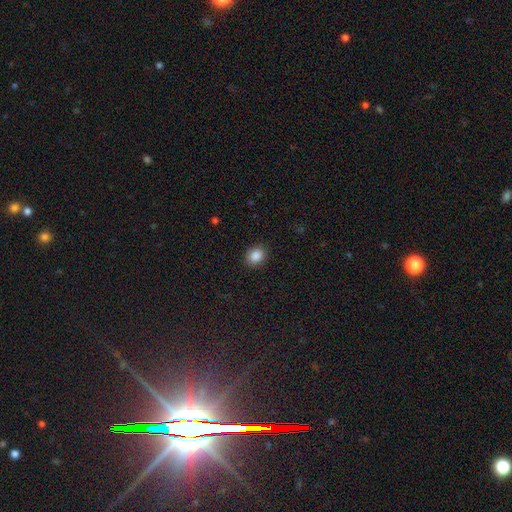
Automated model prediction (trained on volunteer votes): Smooth or featured: smooth — 87% (star or artifact — 9%)
How rounded: round — 52% (in between — 48%)
Merging: none — 88% (minor disturbance — 8%)